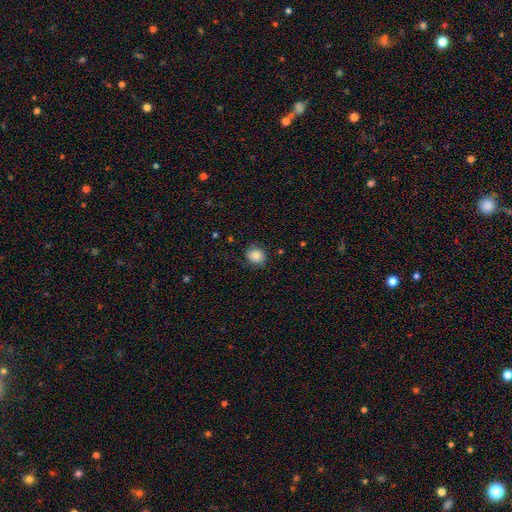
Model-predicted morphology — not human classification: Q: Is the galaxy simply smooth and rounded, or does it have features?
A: smooth — 80%.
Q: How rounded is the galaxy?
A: round — 70%.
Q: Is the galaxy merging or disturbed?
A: none — 76%.